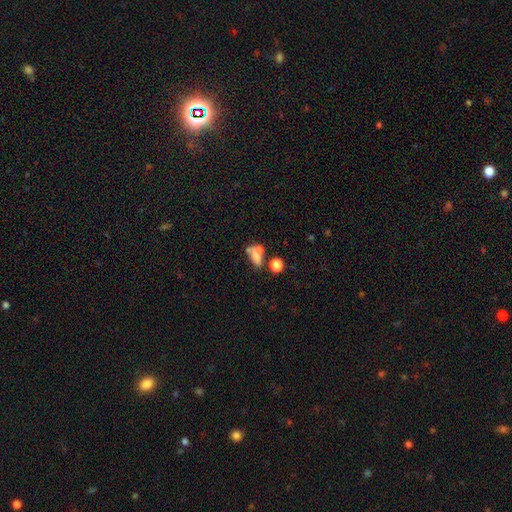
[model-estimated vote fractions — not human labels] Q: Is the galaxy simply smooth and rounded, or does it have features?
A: smooth — 62%.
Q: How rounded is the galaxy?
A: in between — 73%.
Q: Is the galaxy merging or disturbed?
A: merger — 46%.